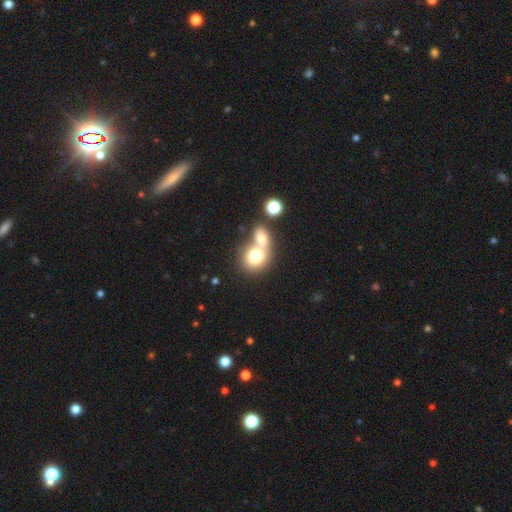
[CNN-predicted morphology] This is likely a smooth galaxy (73%). How rounded: likely round (66%). Merging: likely merger (63%).